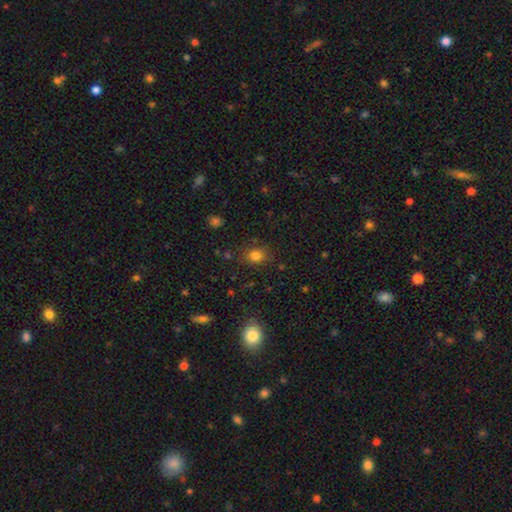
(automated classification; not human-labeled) This is likely a smooth galaxy (79%). How rounded: likely round (61%). Merging: clearly none (81%).